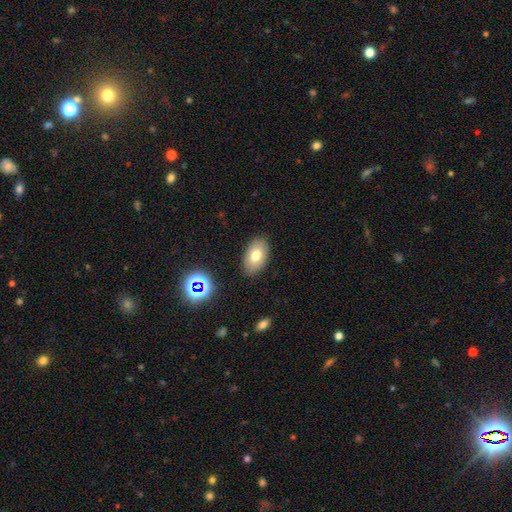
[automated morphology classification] smooth-or-featured: smooth: 74% | featured or disk: 15% | star or artifact: 10%
  how-rounded: in between: 92% | round: 7% | cigar-shaped: 1%
  merging: none: 87% | minor disturbance: 10% | major disturbance: 3% | merger: 1%